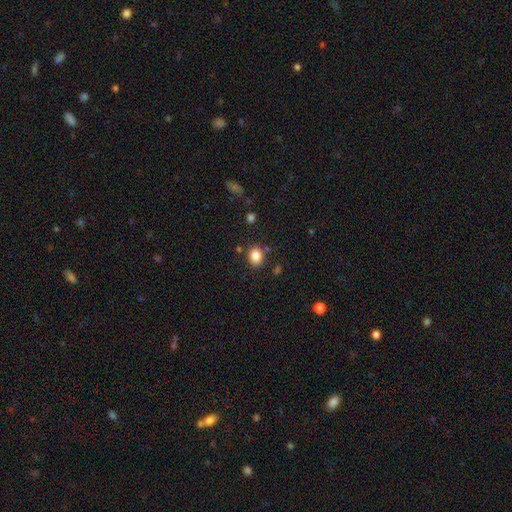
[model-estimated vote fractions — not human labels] Overall: smooth (85%). How rounded: in between (53%; round 46%). Merging: none (83%).